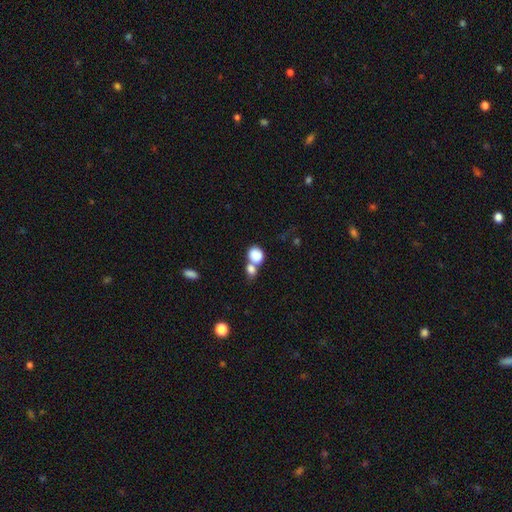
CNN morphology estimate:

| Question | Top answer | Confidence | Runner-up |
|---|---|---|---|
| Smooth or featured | smooth | 83% | featured or disk (8%) |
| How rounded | round | 55% | in between (44%) |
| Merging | merger | 59% | none (29%) |